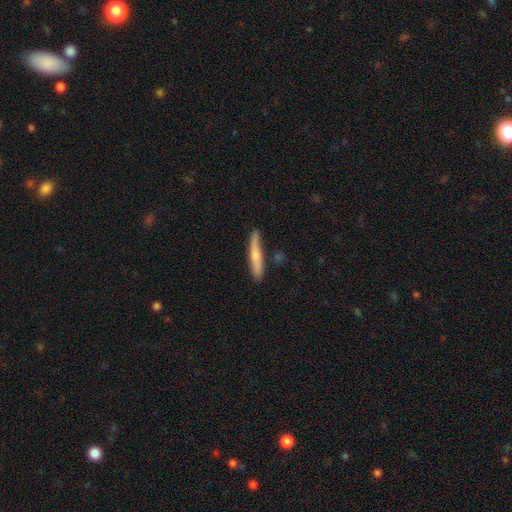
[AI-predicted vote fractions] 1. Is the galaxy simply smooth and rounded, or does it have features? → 63% smooth, 32% featured or disk, 5% star or artifact.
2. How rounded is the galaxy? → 93% cigar-shaped, 6% in between, 1% round.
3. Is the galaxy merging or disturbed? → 78% none, 16% minor disturbance, 3% merger, 3% major disturbance.